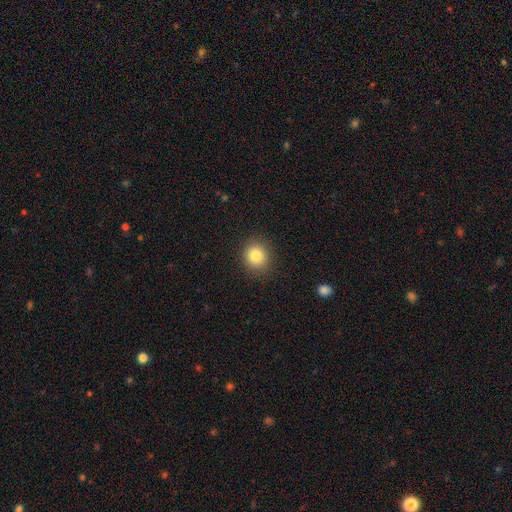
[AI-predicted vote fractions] Smooth or featured? Predicted: smooth (p=0.82). How rounded? Predicted: round (p=0.83). Merging? Predicted: none (p=0.89).